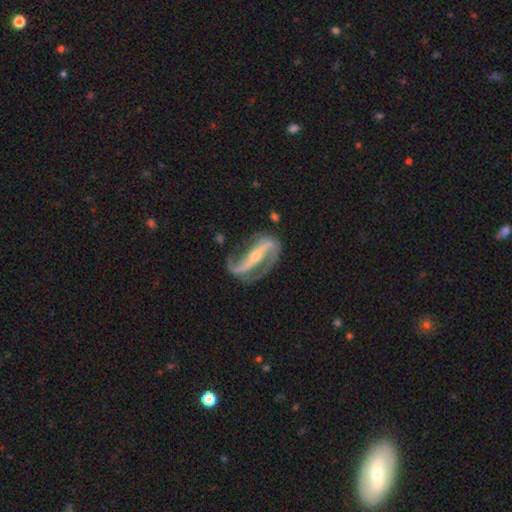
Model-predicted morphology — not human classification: Smooth or featured: featured or disk — 92% (star or artifact — 5%)
Edge-on disk: no — 93% (yes — 7%)
Bar: strong — 73% (weak — 14%)
Spiral arms: yes — 96% (no — 4%)
Spiral winding: loose — 48% (medium — 38%)
Spiral arm count: 2 — 91% (1 — 4%)
Bulge size: small — 63% (moderate — 34%)
Merging: none — 70% (minor disturbance — 16%)